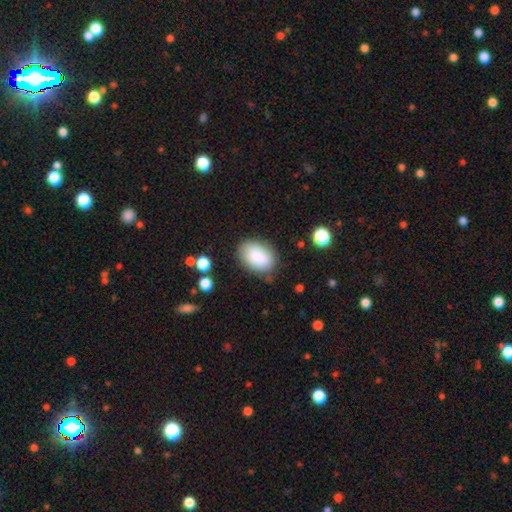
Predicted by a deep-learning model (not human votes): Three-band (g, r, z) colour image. It shows a smooth galaxy with no disk features (85%) that is in between round and cigar-shaped (85%). Merging: none (78%).